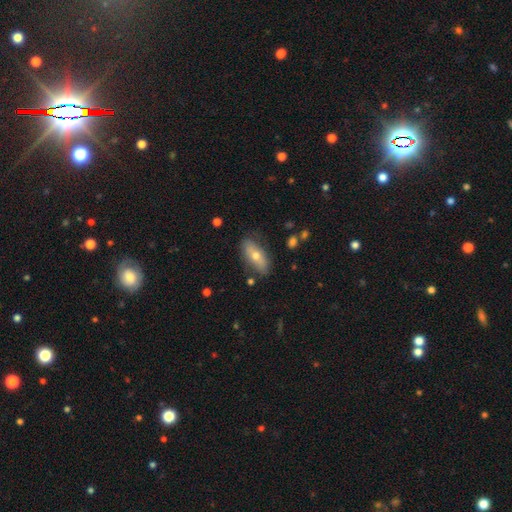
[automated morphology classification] smooth-or-featured: smooth: 55% | featured or disk: 37% | star or artifact: 7%
  how-rounded: in between: 74% | cigar-shaped: 22% | round: 4%
  merging: none: 78% | minor disturbance: 16% | major disturbance: 4% | merger: 2%